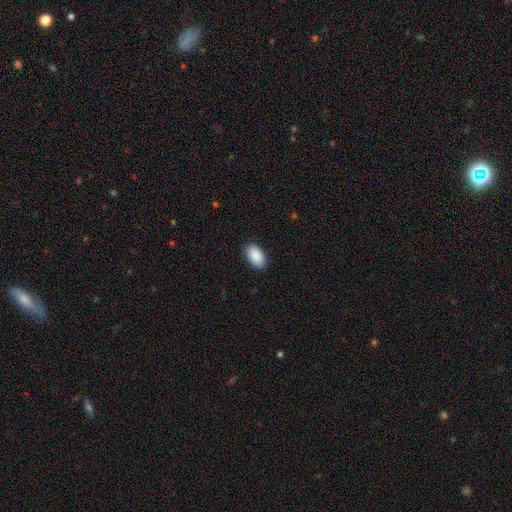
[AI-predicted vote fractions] smooth 91%, star or artifact 6%, featured or disk 3%. Down the decision tree: how rounded — in between (95%); merging — none (88%).